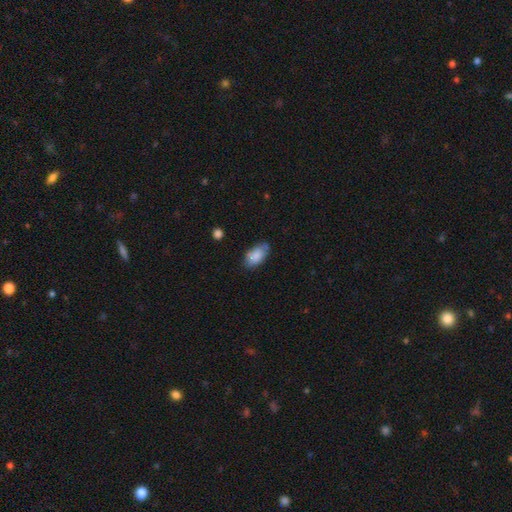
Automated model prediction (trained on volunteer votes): Smooth or featured? smooth (82%)
How rounded? in between (92%)
Merging? none (64%)